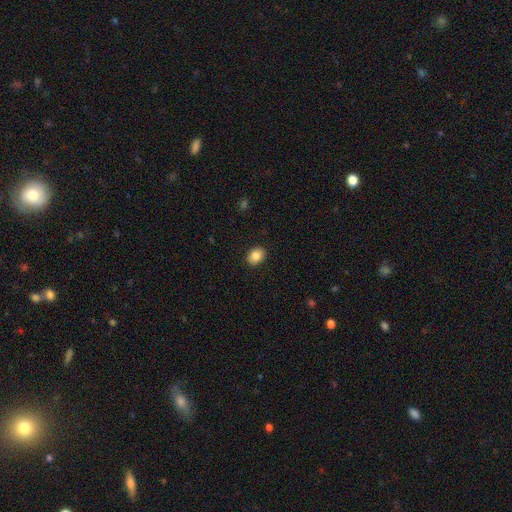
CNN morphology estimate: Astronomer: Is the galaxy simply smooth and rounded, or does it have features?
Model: smooth — 85%.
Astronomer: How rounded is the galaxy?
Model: in between — 59% (runner-up: round, 40%).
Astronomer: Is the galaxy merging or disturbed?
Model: none — 90%.